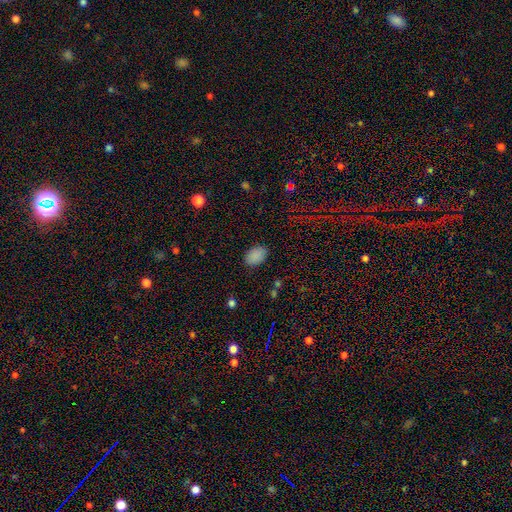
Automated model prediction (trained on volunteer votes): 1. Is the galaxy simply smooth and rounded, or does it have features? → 88% smooth, 8% star or artifact, 3% featured or disk.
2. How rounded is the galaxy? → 84% in between, 15% round, 1% cigar-shaped.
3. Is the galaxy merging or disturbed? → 86% none, 10% minor disturbance, 3% major disturbance, 1% merger.